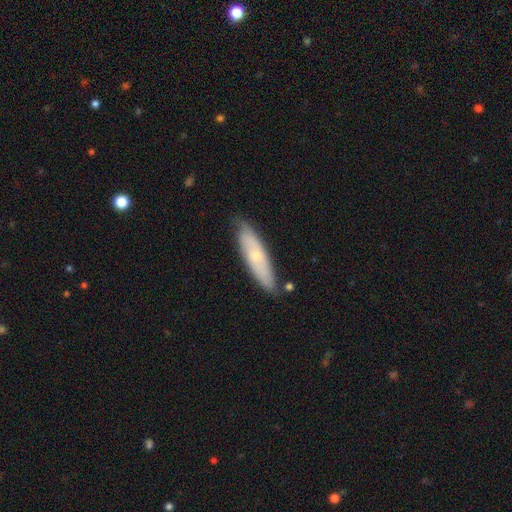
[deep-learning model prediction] smooth-or-featured: smooth: 51% | featured or disk: 43% | star or artifact: 6%
  how-rounded: cigar-shaped: 67% | in between: 32% | round: 2%
  merging: none: 78% | minor disturbance: 17% | major disturbance: 3% | merger: 2%